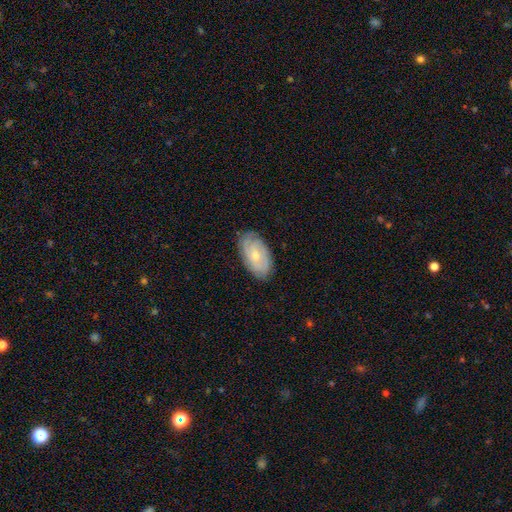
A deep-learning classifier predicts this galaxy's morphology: smooth-or-featured: featured or disk: 64% | smooth: 30% | star or artifact: 6%
  disk-edge-on: no: 94% | yes: 6%
    bar: no: 71% | weak: 24% | strong: 4%
    has-spiral-arms: yes: 86% | no: 14%
      spiral-winding: tight: 69% | medium: 24% | loose: 7%
      spiral-arm-count: can't tell: 45% | 2: 27% | 3: 13% | 4: 6% | 1: 4% | more than 4: 4%
    bulge-size: small: 65% | moderate: 31% | none: 1% | large: 1% | dominant: 1%
  merging: none: 80% | minor disturbance: 15% | major disturbance: 3% | merger: 1%